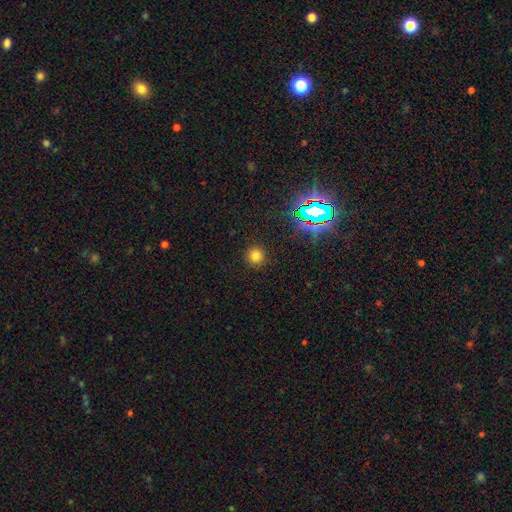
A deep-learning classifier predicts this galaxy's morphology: This appears to be a smooth galaxy with no disk features (74%) that is round (93%). Merging: none (90%).